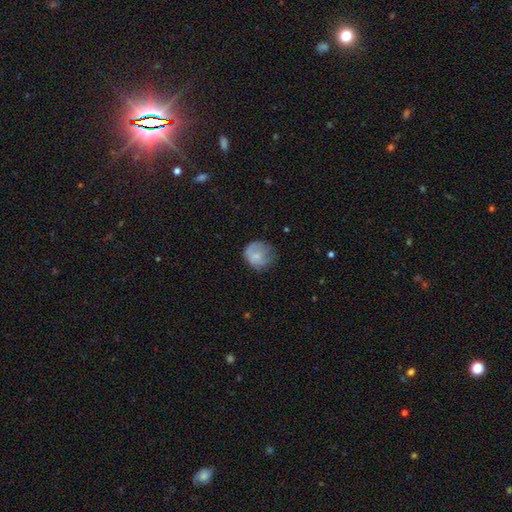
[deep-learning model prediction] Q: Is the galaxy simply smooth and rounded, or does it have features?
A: smooth — 69%.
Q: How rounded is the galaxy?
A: round — 79%.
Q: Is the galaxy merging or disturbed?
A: none — 51%.